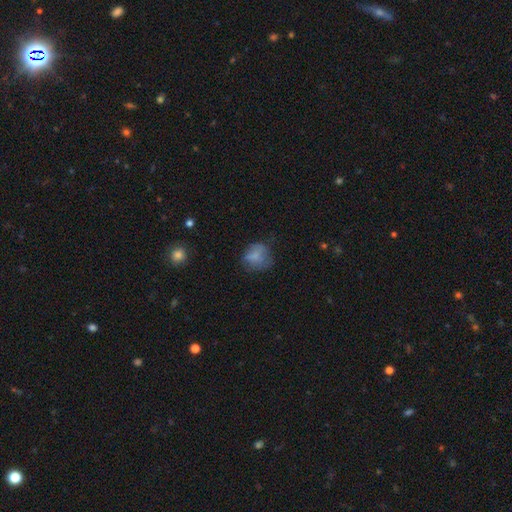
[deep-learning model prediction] smooth_or_featured: smooth (p=0.67) [alt: featured or disk p=0.21]
how_rounded: round (p=0.59) [alt: in between p=0.40]
merging: none (p=0.47) [alt: minor disturbance p=0.28]